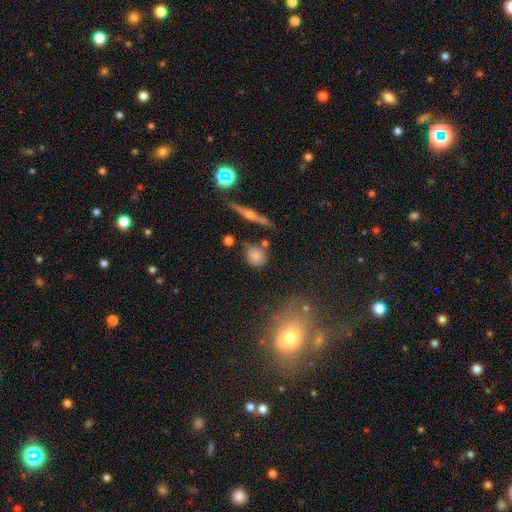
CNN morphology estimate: Smooth or featured? Predicted: smooth (p=0.76). How rounded? Predicted: round (p=0.77). Merging? Predicted: none (p=0.70).